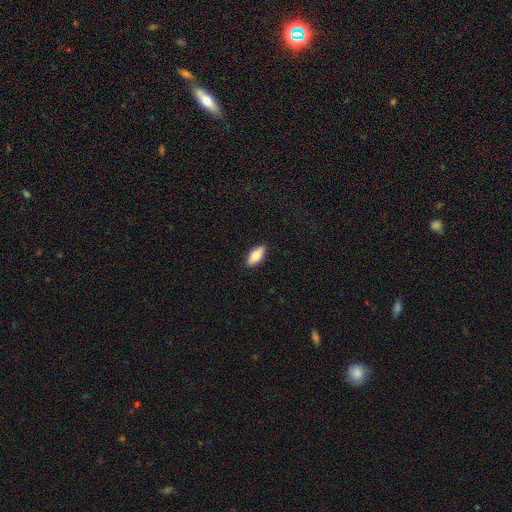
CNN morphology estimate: type=smooth (76%); roundness=in between (83%); merging=none (89%).